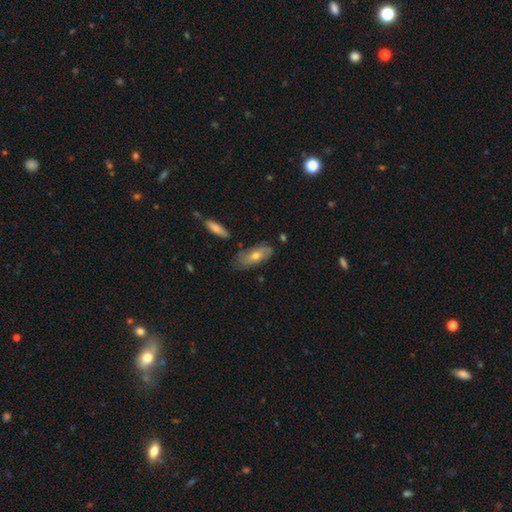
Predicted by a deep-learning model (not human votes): Smooth or featured: smooth — 47% (featured or disk — 44%)
Merging: none — 72% (minor disturbance — 20%)